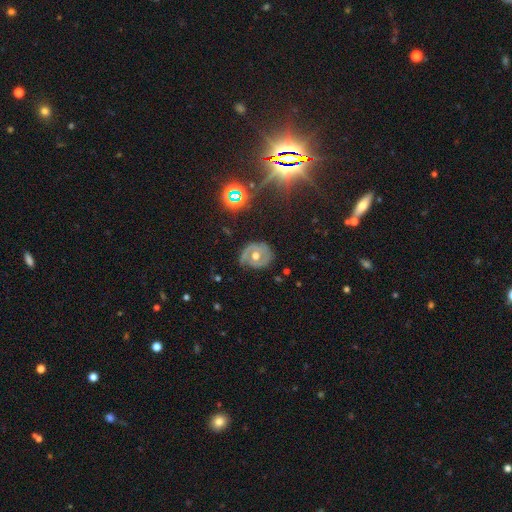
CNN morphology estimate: The model was most divided on "bar": no: 65%, weak: 26%, strong: 9%. More confident: edge-on disk — no (96%); bulge size — moderate (80%); spiral arms — yes (70%); smooth or featured — featured or disk (70%); merging — none (67%).